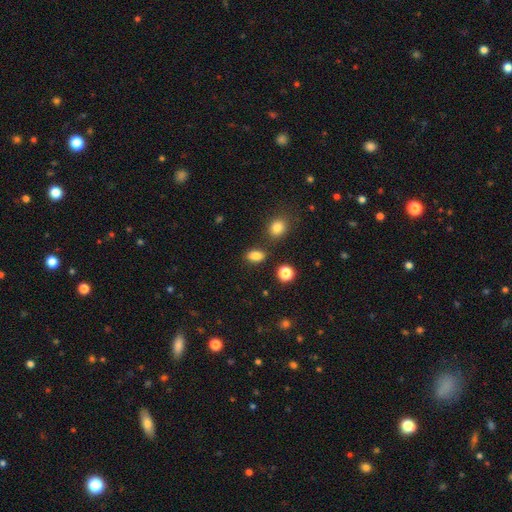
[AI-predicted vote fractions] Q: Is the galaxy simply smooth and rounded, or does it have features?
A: smooth — 83%.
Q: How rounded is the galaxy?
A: in between — 82%.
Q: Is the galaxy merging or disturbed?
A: none — 79%.